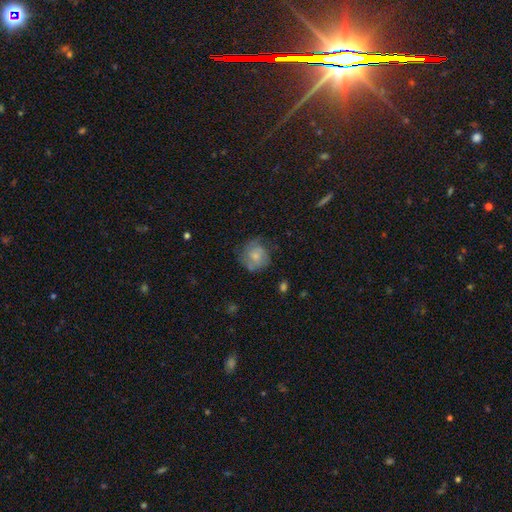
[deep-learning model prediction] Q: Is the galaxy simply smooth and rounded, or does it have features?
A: smooth — 67%.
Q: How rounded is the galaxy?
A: round — 81%.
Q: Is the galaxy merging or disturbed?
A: none — 59%.